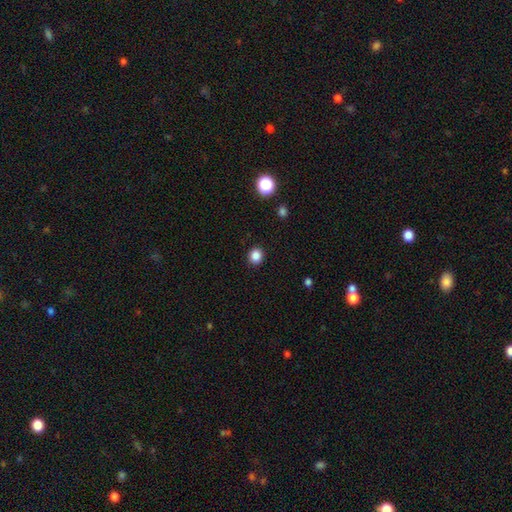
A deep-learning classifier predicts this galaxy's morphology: type=smooth (85%); roundness=round (83%); merging=none (92%).